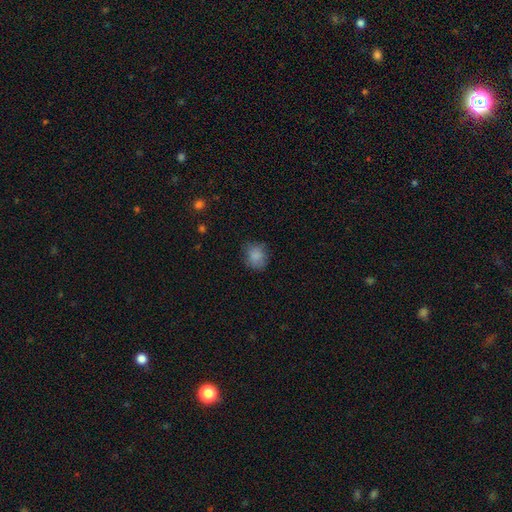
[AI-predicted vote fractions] The model was most divided on "how rounded": round: 69%, in between: 30%, cigar-shaped: 1%. More confident: smooth or featured — smooth (84%); merging — none (74%).